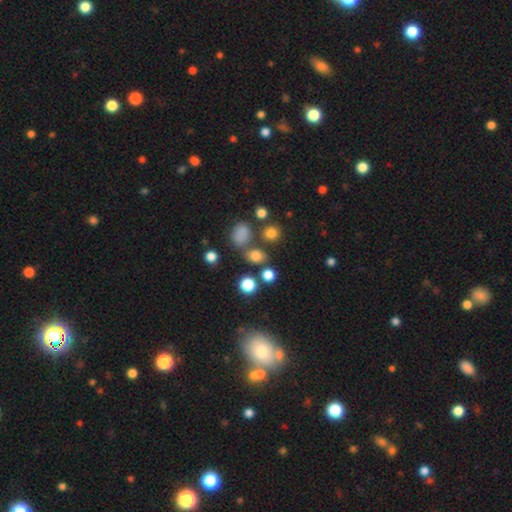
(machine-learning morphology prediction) smooth-or-featured: smooth: 74% | star or artifact: 19% | featured or disk: 7%
  how-rounded: round: 62% | in between: 37% | cigar-shaped: 2%
  merging: none: 68% | merger: 16% | minor disturbance: 11% | major disturbance: 5%